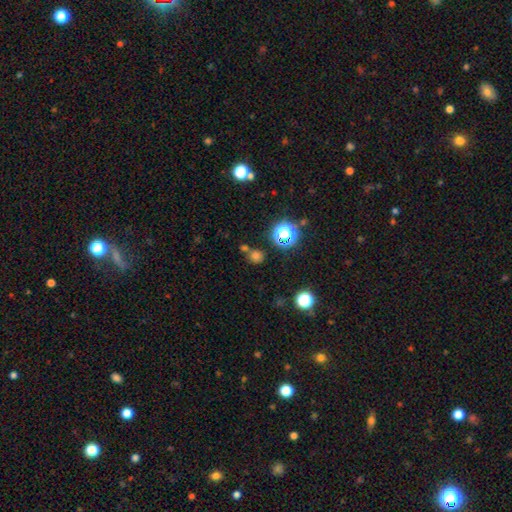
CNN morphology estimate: Smooth or featured?
  - smooth: 63% *
  - star or artifact: 31%
  - featured or disk: 6%
How rounded?
  - round: 85% *
  - in between: 14%
  - cigar-shaped: 1%
Merging?
  - none: 70% *
  - merger: 16%
  - minor disturbance: 10%
  - major disturbance: 4%